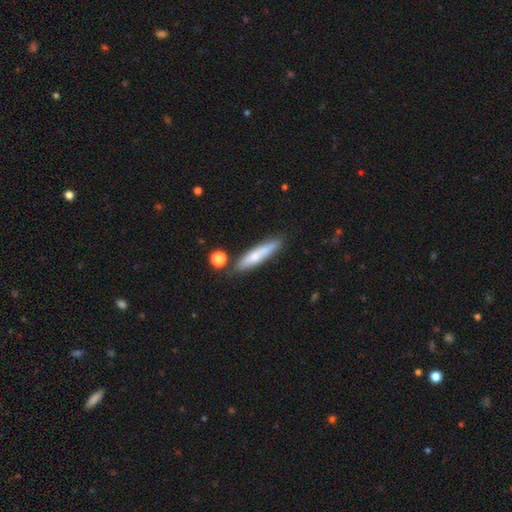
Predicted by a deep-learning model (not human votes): Q: Smooth or featured?
A: smooth (61%); runner-up: featured or disk (31%)
Q: How rounded?
A: cigar-shaped (87%); runner-up: in between (12%)
Q: Merging?
A: none (78%); runner-up: minor disturbance (14%)